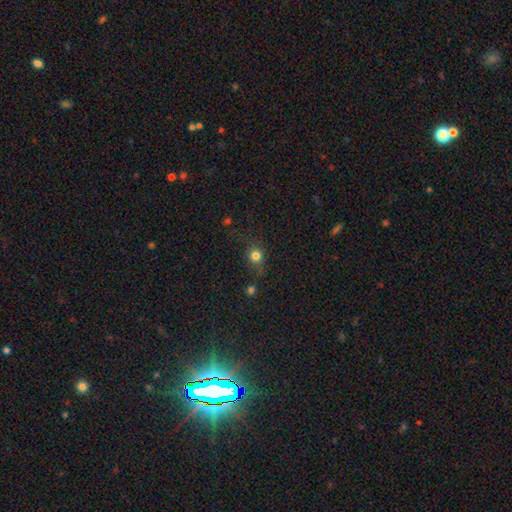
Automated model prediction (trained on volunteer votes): Smooth or featured: smooth — 76% (star or artifact — 16%)
How rounded: round — 83% (in between — 16%)
Merging: none — 69% (minor disturbance — 19%)